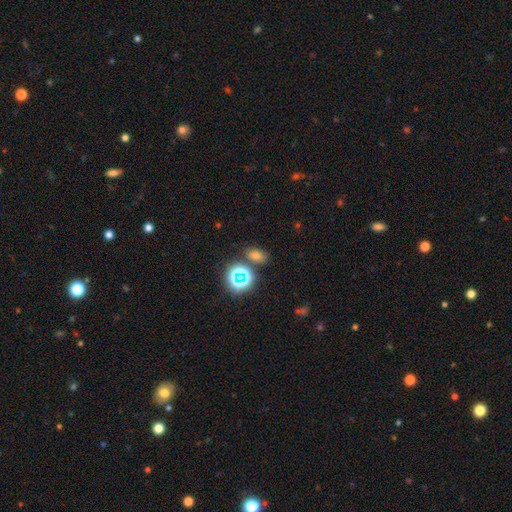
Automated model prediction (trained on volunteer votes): The model was most divided on "smooth or featured": smooth: 57%, star or artifact: 35%, featured or disk: 8%. More confident: merging — none (78%); how rounded — in between (64%).